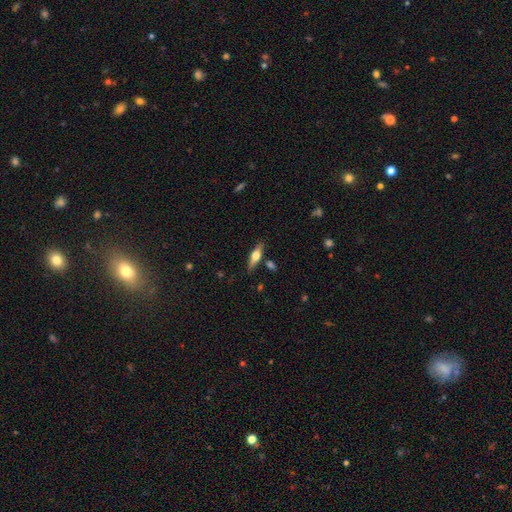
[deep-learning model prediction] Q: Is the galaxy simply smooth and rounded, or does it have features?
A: featured or disk — 52%.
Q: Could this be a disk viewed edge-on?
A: yes — 93%.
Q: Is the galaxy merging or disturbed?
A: none — 82%.